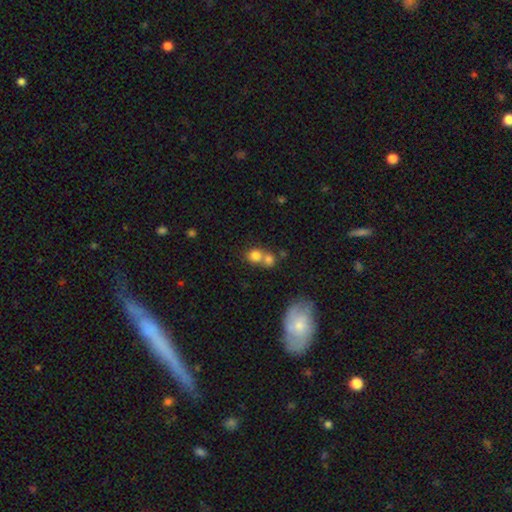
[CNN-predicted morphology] A smooth galaxy with no disk features (78%) that is round (80%).

Vote fractions:
- Smooth or featured? smooth: 78% / star or artifact: 11% / featured or disk: 10%
- How rounded? round: 80% / in between: 19% / cigar-shaped: 1%
- Merging? merger: 52% / none: 38% / minor disturbance: 6% / major disturbance: 3%